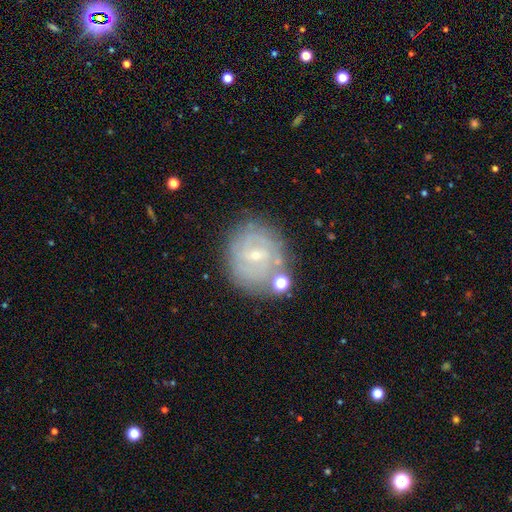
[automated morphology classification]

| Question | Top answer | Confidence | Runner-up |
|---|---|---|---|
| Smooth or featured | featured or disk | 73% | smooth (19%) |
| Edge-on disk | no | 97% | yes (3%) |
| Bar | weak | 54% | no (32%) |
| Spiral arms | yes | 85% | no (15%) |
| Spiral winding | tight | 63% | medium (27%) |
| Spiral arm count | can't tell | 41% | 2 (33%) |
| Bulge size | small | 73% | moderate (21%) |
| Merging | none | 72% | minor disturbance (16%) |